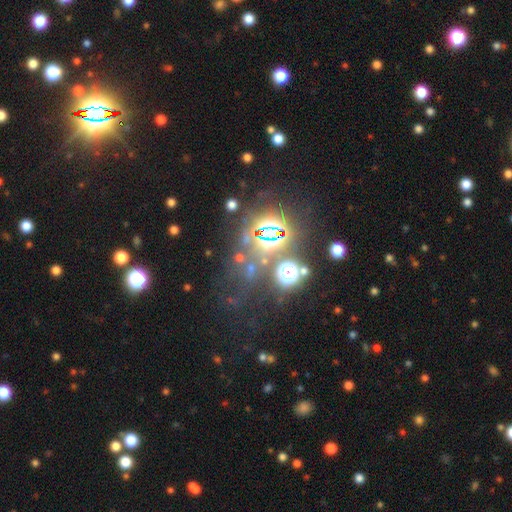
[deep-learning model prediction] The model was most divided on "smooth or featured": star or artifact: 68%, smooth: 23%, featured or disk: 9%.